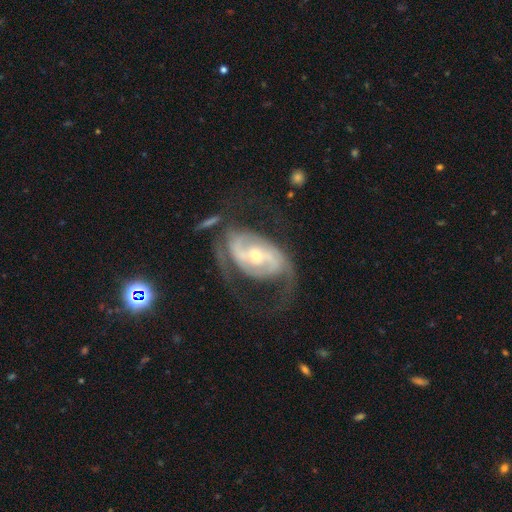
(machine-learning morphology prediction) type=featured or disk (85%); edge-on=no (96%); bar=no (37%); spiral arms=yes (90%); winding=medium (44%); arm count=2 (75%); bulge=small (57%); merging=none (49%).